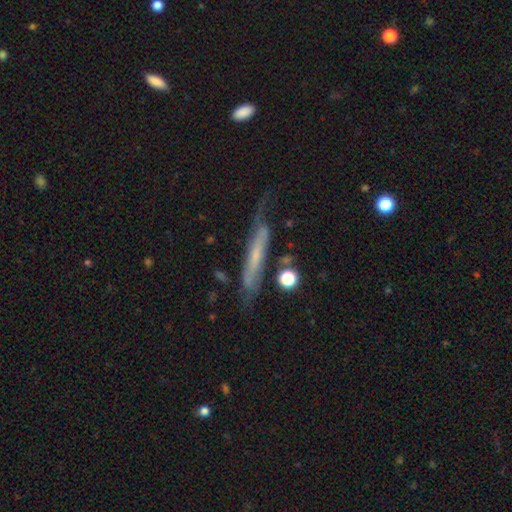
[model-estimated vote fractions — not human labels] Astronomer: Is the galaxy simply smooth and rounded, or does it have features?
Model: featured or disk — 61%.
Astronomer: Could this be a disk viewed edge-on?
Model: yes — 62% (runner-up: no, 38%).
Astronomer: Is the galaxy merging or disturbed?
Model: none — 56%.